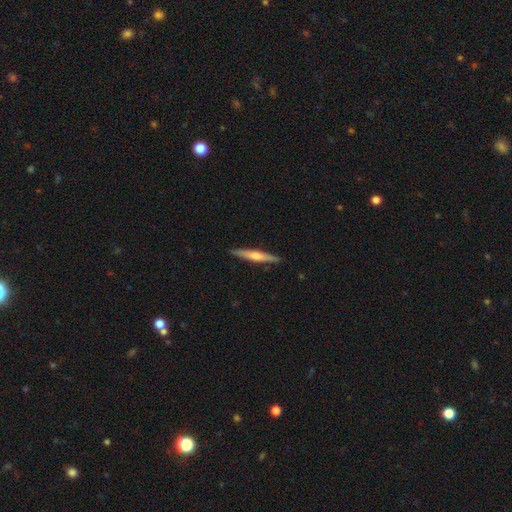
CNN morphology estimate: A featured or disk galaxy (61%) viewed edge-on (97%) with a rounded central bulge (78%).

Vote fractions:
- Smooth or featured? featured or disk: 61% / smooth: 34% / star or artifact: 5%
- Edge-on disk? yes: 97% / no: 3%
- Edge-on bulge? rounded: 78% / none: 14% / boxy: 8%
- Merging? none: 91% / minor disturbance: 6% / major disturbance: 1% / merger: 1%